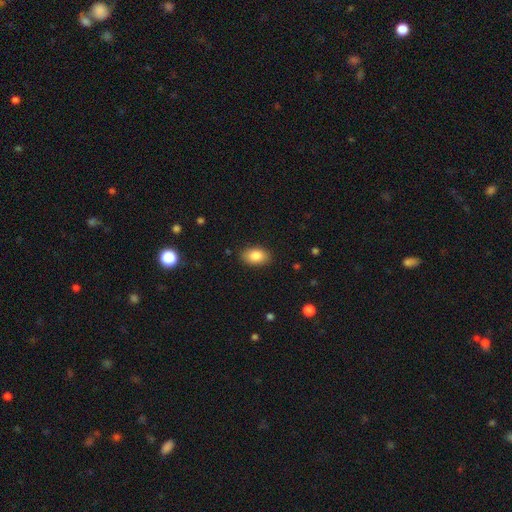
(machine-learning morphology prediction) This appears to be a smooth galaxy with no disk features (85%) that is in between round and cigar-shaped (89%). Merging: none (87%).